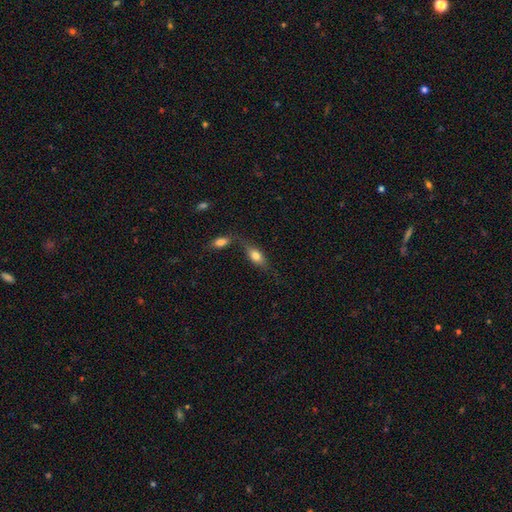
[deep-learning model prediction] Smooth or featured: smooth — 68% (featured or disk — 24%)
How rounded: in between — 75% (cigar-shaped — 20%)
Merging: none — 56% (merger — 22%)